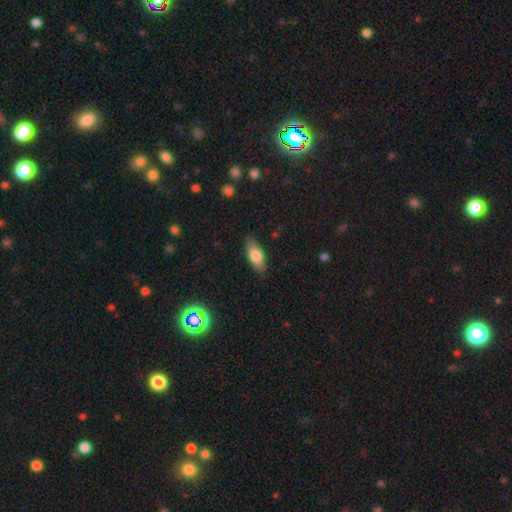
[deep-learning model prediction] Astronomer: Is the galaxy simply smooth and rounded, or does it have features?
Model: smooth — 74%.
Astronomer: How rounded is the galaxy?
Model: in between — 79%.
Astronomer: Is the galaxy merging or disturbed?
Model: none — 84%.